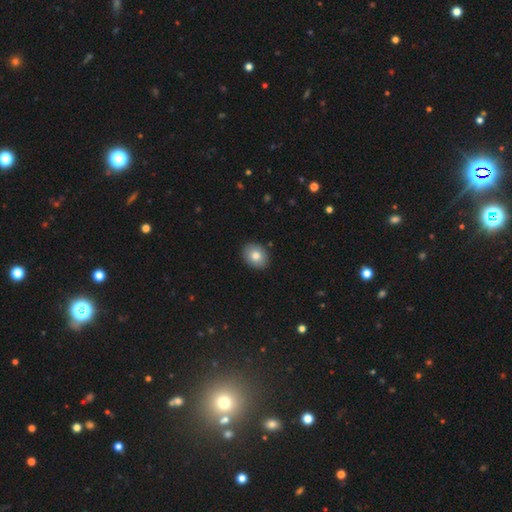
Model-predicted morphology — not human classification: type=smooth (80%); roundness=round (50%); merging=none (90%).